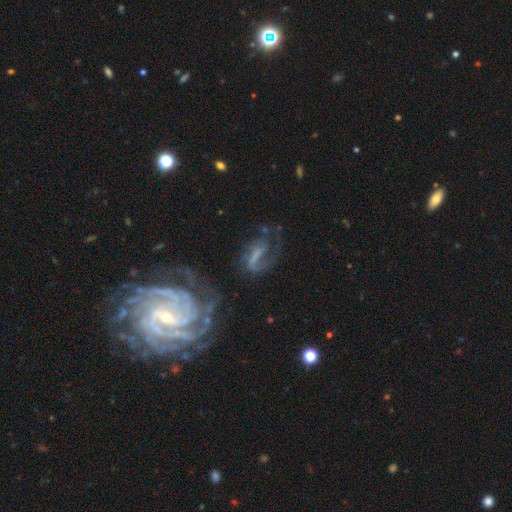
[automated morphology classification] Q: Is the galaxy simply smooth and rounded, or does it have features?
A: featured or disk — 74%.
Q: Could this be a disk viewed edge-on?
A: no — 96%.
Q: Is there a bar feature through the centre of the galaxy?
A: strong — 38%.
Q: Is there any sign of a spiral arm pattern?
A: yes — 89%.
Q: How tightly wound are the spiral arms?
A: medium — 43%.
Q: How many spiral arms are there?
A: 2 — 50%.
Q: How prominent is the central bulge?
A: none — 52%.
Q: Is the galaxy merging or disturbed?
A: none — 43%.